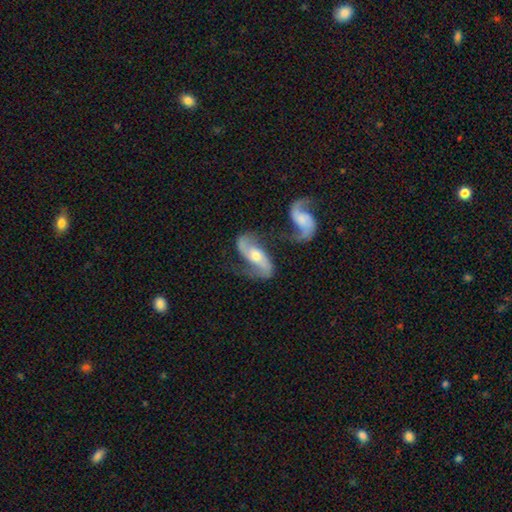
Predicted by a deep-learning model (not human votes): Morphology: type=featured or disk (81%); edge-on=no (92%); bar=no (54%); spiral arms=yes (93%); winding=loose (54%); arm count=2 (89%); bulge=moderate (60%); merging=none (47%).